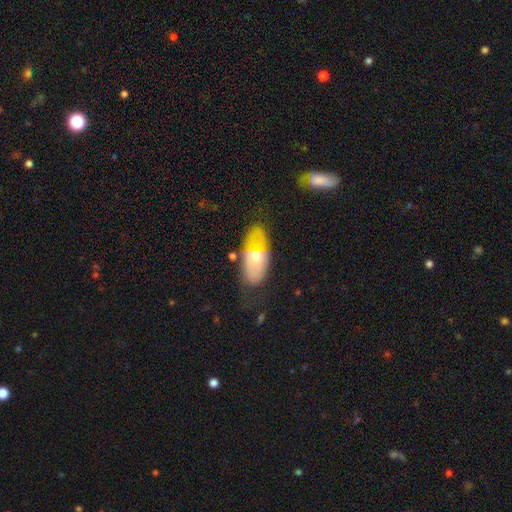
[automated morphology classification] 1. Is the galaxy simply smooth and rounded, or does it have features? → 55% smooth, 37% featured or disk, 8% star or artifact.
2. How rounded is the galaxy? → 91% in between, 6% cigar-shaped, 4% round.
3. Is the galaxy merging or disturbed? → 66% none, 22% minor disturbance, 8% major disturbance, 4% merger.